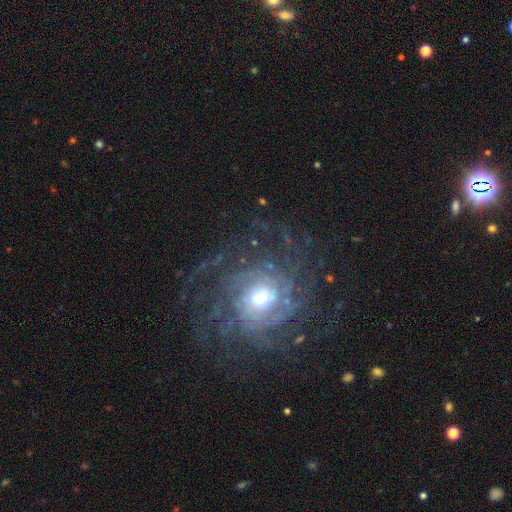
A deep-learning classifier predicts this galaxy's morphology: featured or disk 80%, star or artifact 12%, smooth 8%. Down the decision tree: edge-on disk — no (97%); bar — no (61%); spiral arms — yes (95%); spiral arm count — can't tell (32%); spiral winding — tight (69%); bulge size — moderate (60%); merging — none (80%).